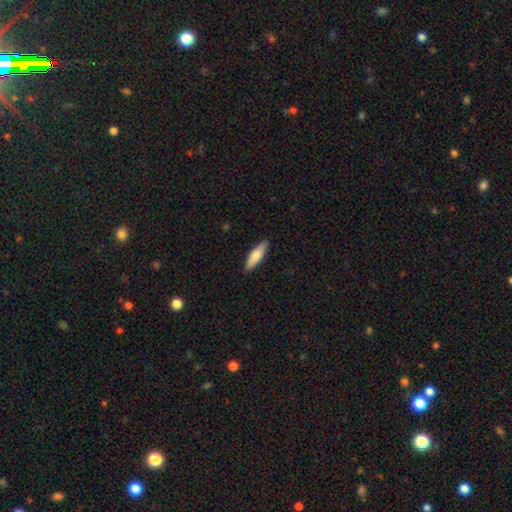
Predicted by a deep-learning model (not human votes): Smooth or featured: smooth — 74% (featured or disk — 21%)
How rounded: cigar-shaped — 61% (in between — 38%)
Merging: none — 88% (minor disturbance — 9%)